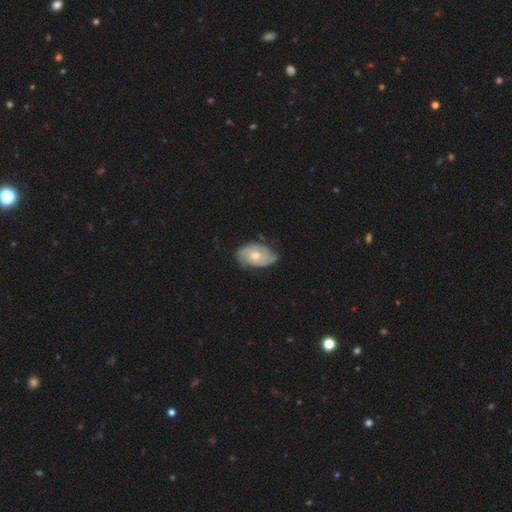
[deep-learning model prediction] Q: Smooth or featured?
A: featured or disk (73%); runner-up: smooth (22%)
Q: Edge-on disk?
A: no (96%); runner-up: yes (4%)
Q: Bar?
A: no (71%); runner-up: weak (26%)
Q: Spiral arms?
A: yes (91%); runner-up: no (9%)
Q: Spiral winding?
A: tight (46%); runner-up: medium (39%)
Q: Spiral arm count?
A: 2 (41%); runner-up: can't tell (25%)
Q: Bulge size?
A: moderate (69%); runner-up: small (22%)
Q: Merging?
A: none (63%); runner-up: minor disturbance (28%)